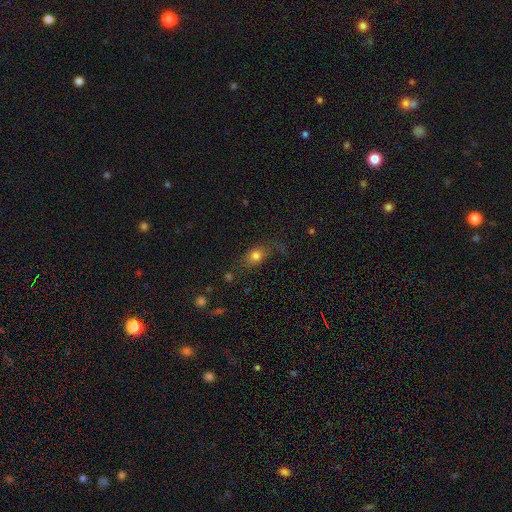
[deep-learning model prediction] This appears to be a smooth galaxy with no disk features (76%) that is in between round and cigar-shaped (60%). Merging: none (61%).